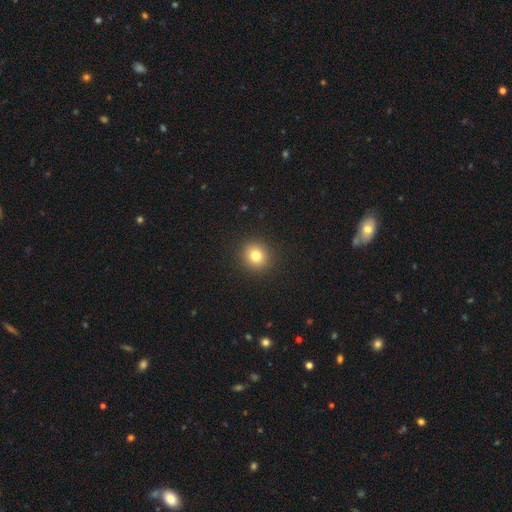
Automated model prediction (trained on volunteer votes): smooth_or_featured: smooth (p=0.80) [alt: star or artifact p=0.12]
how_rounded: round (p=0.89) [alt: in between p=0.10]
merging: none (p=0.92) [alt: minor disturbance p=0.05]